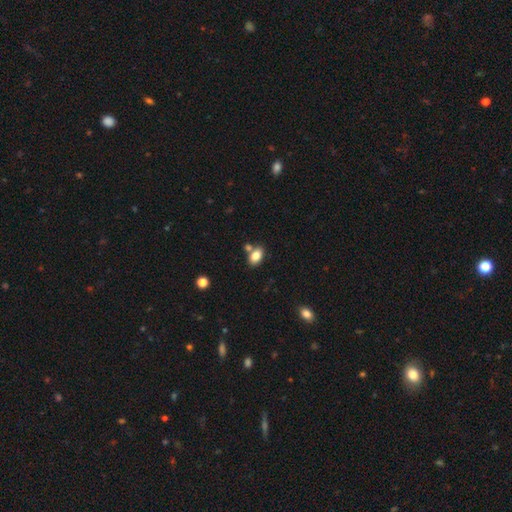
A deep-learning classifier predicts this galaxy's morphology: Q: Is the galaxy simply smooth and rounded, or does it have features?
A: smooth — 83%.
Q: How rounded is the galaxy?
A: in between — 86%.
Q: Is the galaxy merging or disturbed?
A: none — 65%.